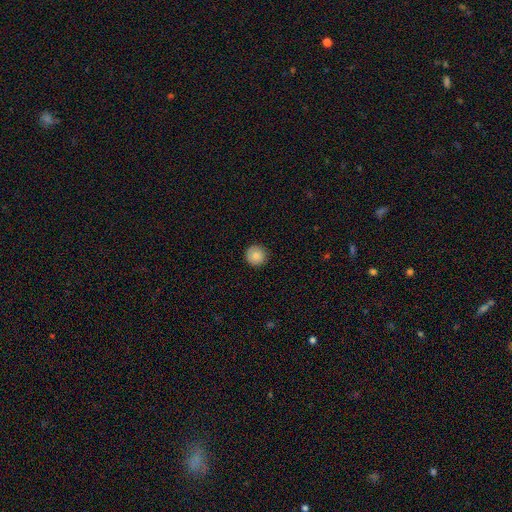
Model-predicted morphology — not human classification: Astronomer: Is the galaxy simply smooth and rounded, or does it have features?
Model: smooth — 83%.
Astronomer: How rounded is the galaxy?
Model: round — 95%.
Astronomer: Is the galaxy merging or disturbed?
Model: none — 90%.